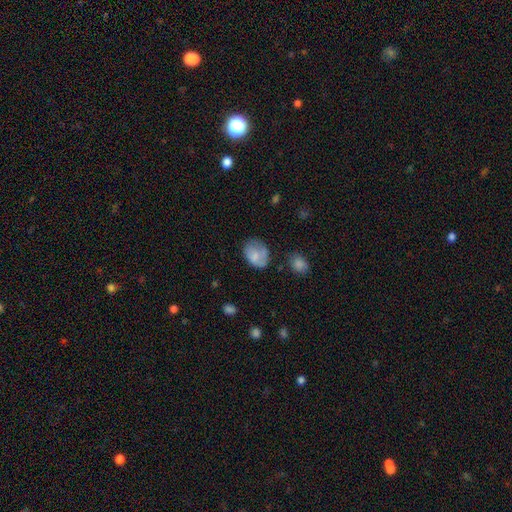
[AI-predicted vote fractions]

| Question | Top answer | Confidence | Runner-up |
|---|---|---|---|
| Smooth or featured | smooth | 71% | featured or disk (21%) |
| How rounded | in between | 67% | round (32%) |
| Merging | none | 51% | minor disturbance (31%) |